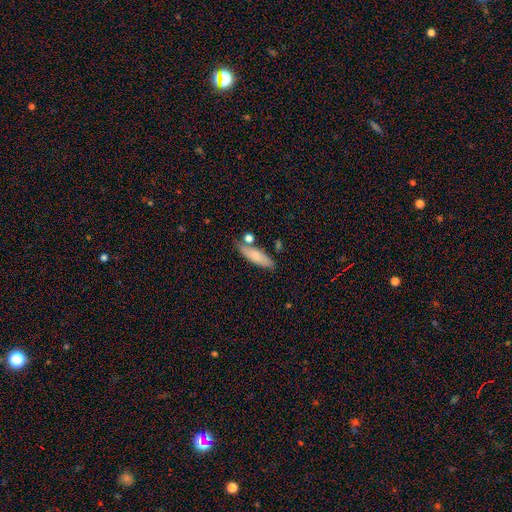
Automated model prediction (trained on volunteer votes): The model was most divided on "how rounded": cigar-shaped: 53%, in between: 44%, round: 2%. More confident: smooth or featured — smooth (78%); merging — none (70%).